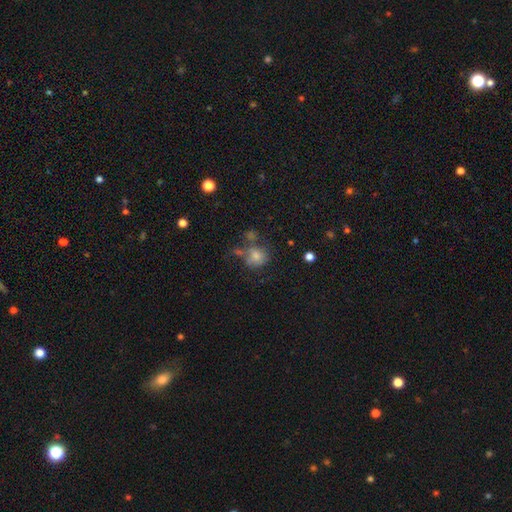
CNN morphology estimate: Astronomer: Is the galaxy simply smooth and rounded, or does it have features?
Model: smooth — 61%.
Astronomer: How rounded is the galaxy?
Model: round — 75%.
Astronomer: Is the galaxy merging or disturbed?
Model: none — 49%.